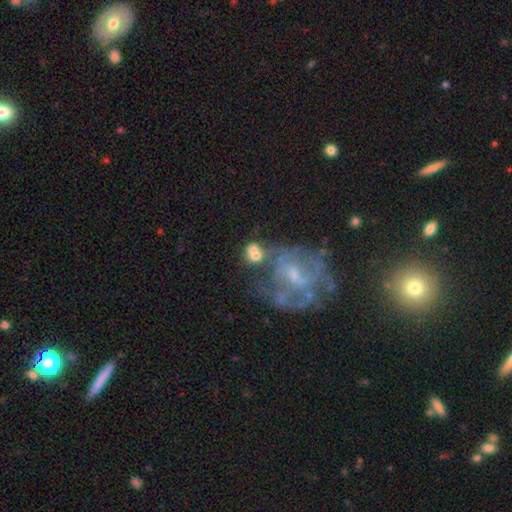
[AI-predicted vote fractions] Smooth or featured: smooth — 54% (featured or disk — 33%)
How rounded: round — 68% (in between — 31%)
Merging: merger — 43% (none — 30%)